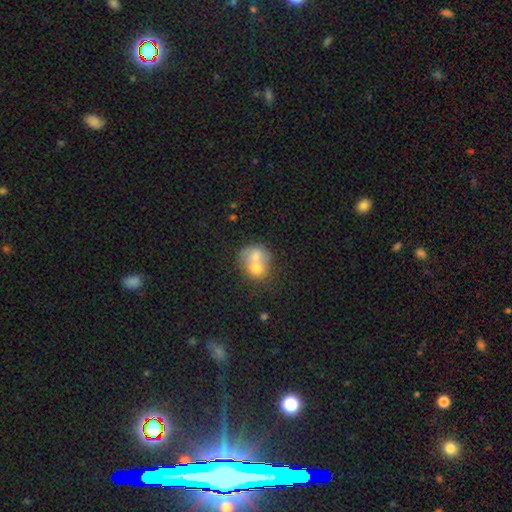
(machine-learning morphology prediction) Smooth or featured? Predicted: smooth (p=0.67). How rounded? Predicted: round (p=0.65). Merging? Predicted: merger (p=0.71).